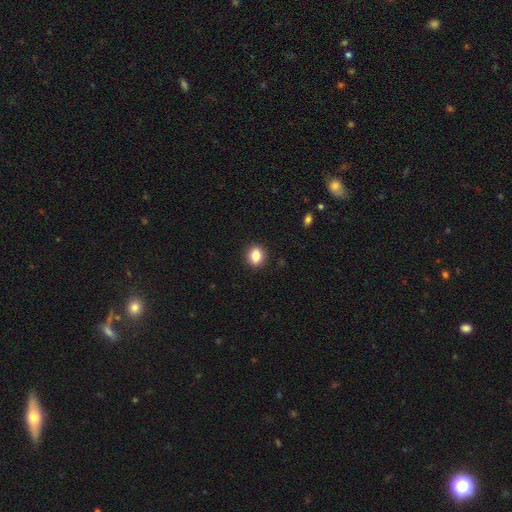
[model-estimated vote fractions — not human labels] This appears to be a smooth galaxy with no disk features (84%) that is round (61%). Merging: none (90%).